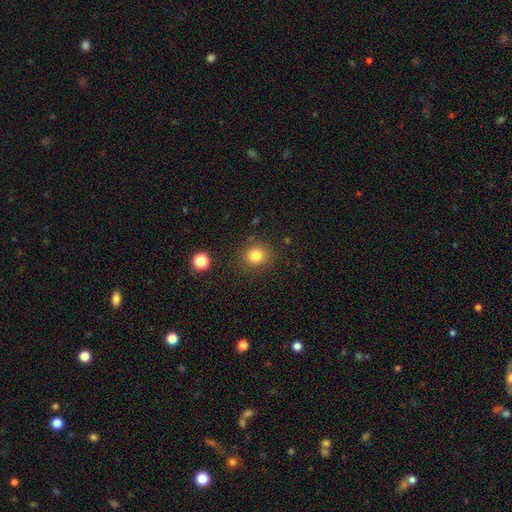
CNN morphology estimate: smooth 81%, star or artifact 13%, featured or disk 6%. Down the decision tree: how rounded — round (84%); merging — none (86%).